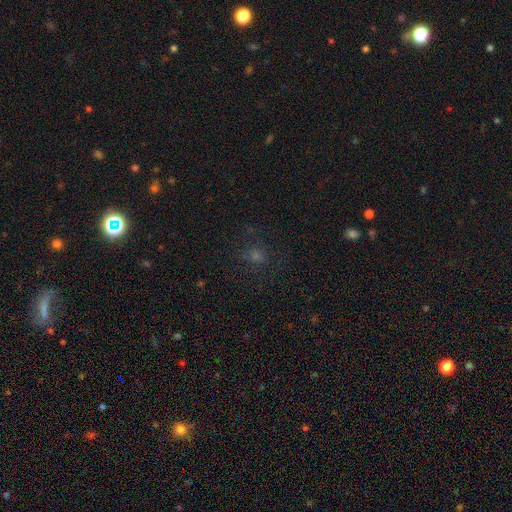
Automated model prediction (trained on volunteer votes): The model was most divided on "smooth or featured" (2-way tie): smooth: 42%, star or artifact: 42%, featured or disk: 16%. More confident: merging — none (77%).